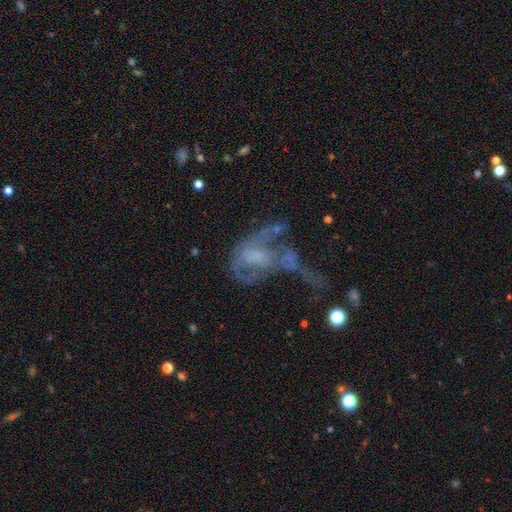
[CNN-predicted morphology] smooth_or_featured: featured or disk (p=0.64) [alt: smooth p=0.20]
disk_edge_on: no (p=0.95) [alt: yes p=0.05]
bar: no (p=0.69) [alt: weak p=0.24]
has_spiral_arms: no (p=0.56) [alt: yes p=0.44]
bulge_size: none (p=0.34) [alt: small p=0.32]
merging: major disturbance (p=0.44) [alt: merger p=0.31]